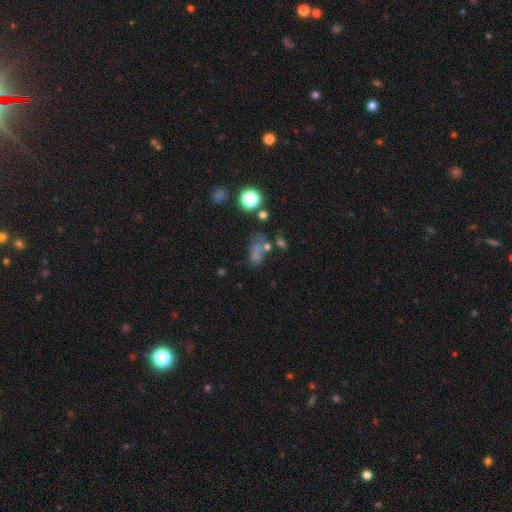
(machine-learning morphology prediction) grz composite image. It shows a smooth galaxy with no disk features (53%) that is in between round and cigar-shaped (64%). Merging: none (49%).